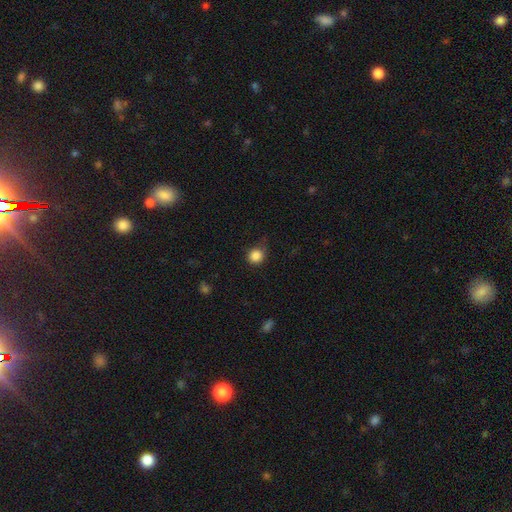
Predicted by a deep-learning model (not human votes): smooth-or-featured: smooth: 86% | star or artifact: 10% | featured or disk: 4%
  how-rounded: round: 89% | in between: 10% | cigar-shaped: 1%
  merging: none: 67% | minor disturbance: 25% | major disturbance: 6% | merger: 2%